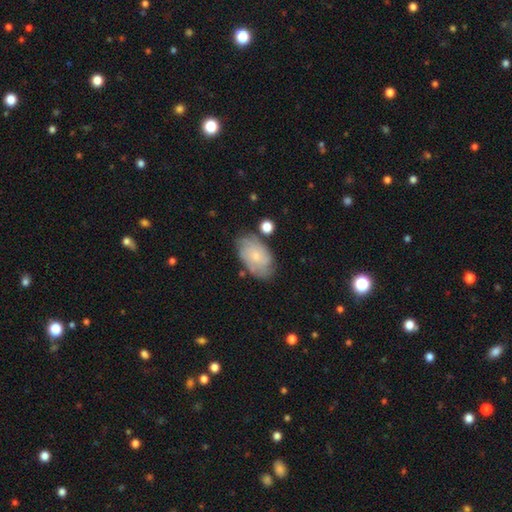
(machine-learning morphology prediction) smooth_or_featured: featured or disk (p=0.53) [alt: smooth p=0.40]
disk_edge_on: no (p=0.95) [alt: yes p=0.05]
bar: no (p=0.82) [alt: weak p=0.16]
has_spiral_arms: yes (p=0.80) [alt: no p=0.20]
bulge_size: small (p=0.76) [alt: moderate p=0.18]
merging: none (p=0.71) [alt: minor disturbance p=0.19]